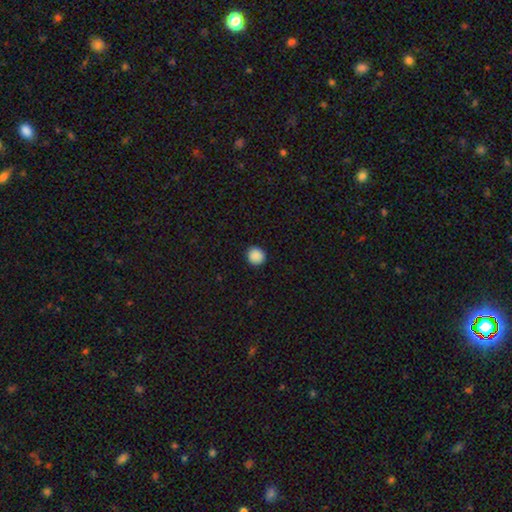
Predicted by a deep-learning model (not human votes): Smooth or featured: smooth — 89% (star or artifact — 9%)
How rounded: round — 92% (in between — 7%)
Merging: none — 92% (minor disturbance — 5%)